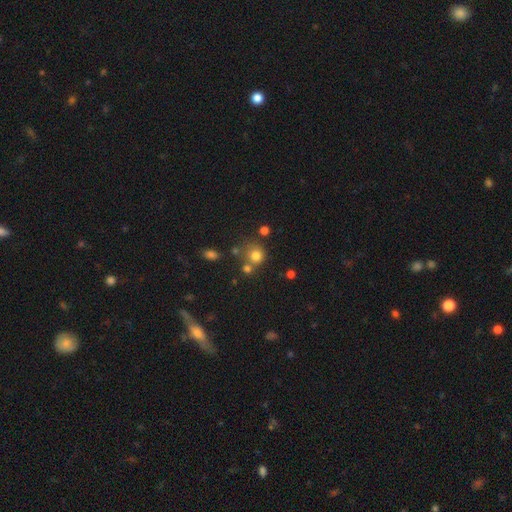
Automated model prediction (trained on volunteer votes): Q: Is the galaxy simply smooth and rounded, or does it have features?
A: smooth — 76%.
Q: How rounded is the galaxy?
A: round — 86%.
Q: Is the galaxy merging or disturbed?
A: none — 61%.